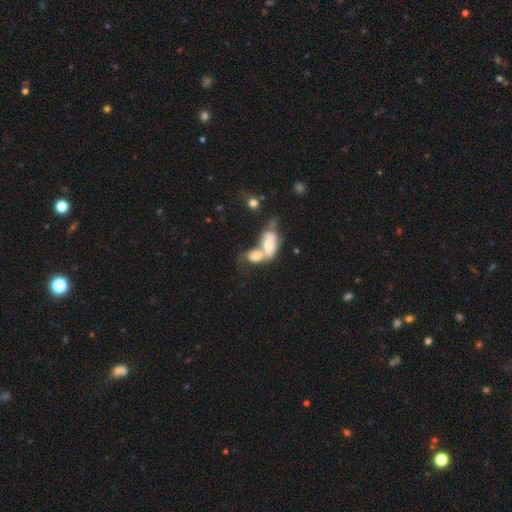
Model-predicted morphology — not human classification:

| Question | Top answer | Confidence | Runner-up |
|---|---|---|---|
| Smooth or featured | smooth | 60% | featured or disk (31%) |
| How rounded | in between | 81% | round (15%) |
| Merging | merger | 78% | none (10%) |